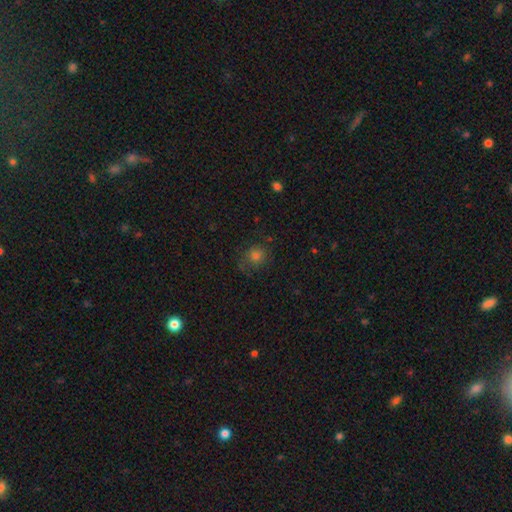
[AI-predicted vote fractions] A smooth galaxy with no disk features (70%) that is round (81%).

Vote fractions:
- Smooth or featured? smooth: 70% / star or artifact: 17% / featured or disk: 12%
- How rounded? round: 81% / in between: 18% / cigar-shaped: 1%
- Merging? none: 68% / minor disturbance: 20% / major disturbance: 10% / merger: 2%